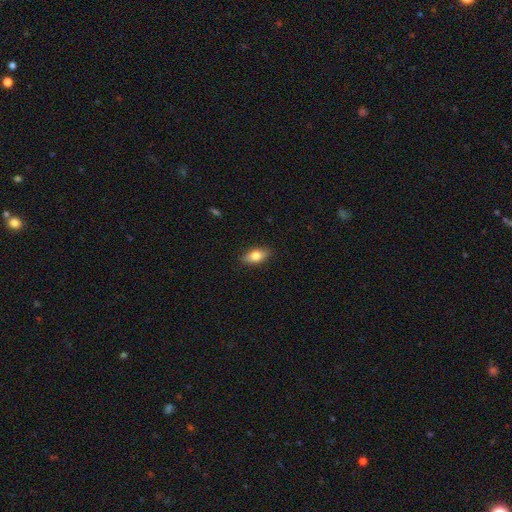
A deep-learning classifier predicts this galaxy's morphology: type=smooth (76%); roundness=in between (85%); merging=none (87%).